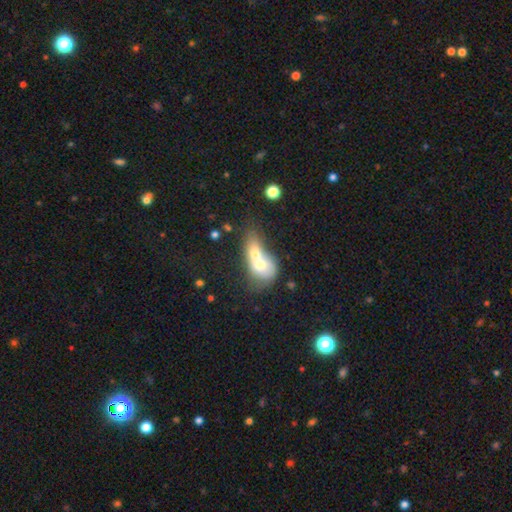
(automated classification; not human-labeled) smooth-or-featured: smooth: 60% | featured or disk: 30% | star or artifact: 9%
  how-rounded: in between: 57% | round: 34% | cigar-shaped: 8%
  merging: merger: 77% | none: 11% | major disturbance: 6% | minor disturbance: 6%